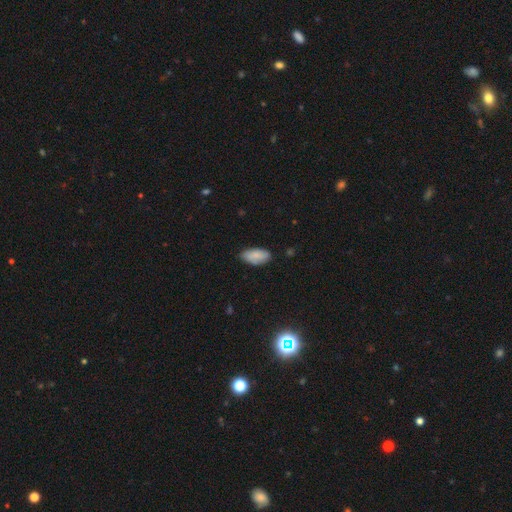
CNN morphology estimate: smooth_or_featured: smooth (p=0.83) [alt: featured or disk p=0.11]
how_rounded: in between (p=0.94) [alt: cigar-shaped p=0.04]
merging: none (p=0.77) [alt: minor disturbance p=0.19]